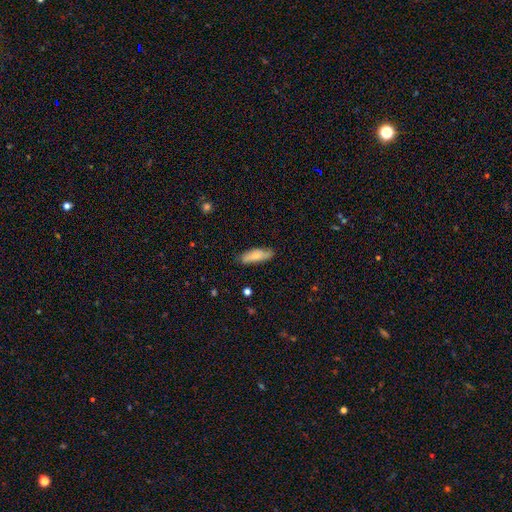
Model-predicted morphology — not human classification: Smooth or featured?
  - smooth: 71% *
  - featured or disk: 22%
  - star or artifact: 6%
How rounded?
  - in between: 59% *
  - cigar-shaped: 40%
  - round: 2%
Merging?
  - none: 76% *
  - minor disturbance: 19%
  - major disturbance: 4%
  - merger: 2%